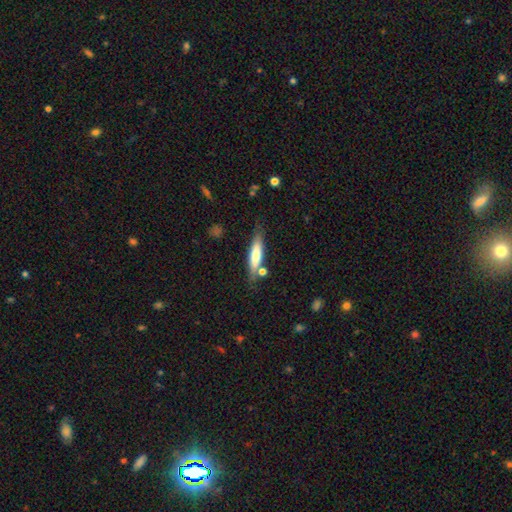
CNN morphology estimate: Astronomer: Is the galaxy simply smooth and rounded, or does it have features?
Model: smooth — 65%.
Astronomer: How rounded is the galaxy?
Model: cigar-shaped — 75%.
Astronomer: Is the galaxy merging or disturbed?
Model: none — 69%.